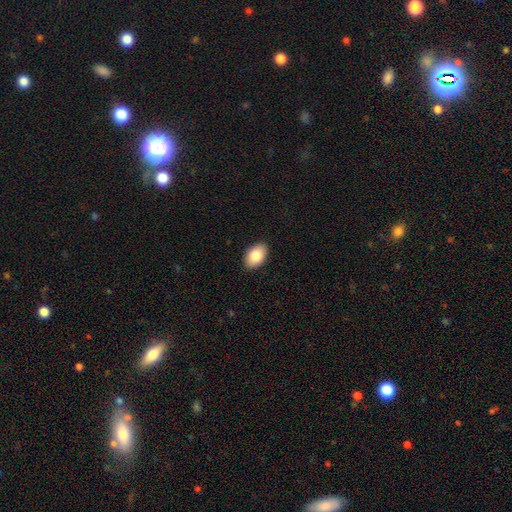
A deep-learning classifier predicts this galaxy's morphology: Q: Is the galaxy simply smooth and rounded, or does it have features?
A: smooth — 85%.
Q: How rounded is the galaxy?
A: in between — 90%.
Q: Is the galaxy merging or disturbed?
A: none — 90%.